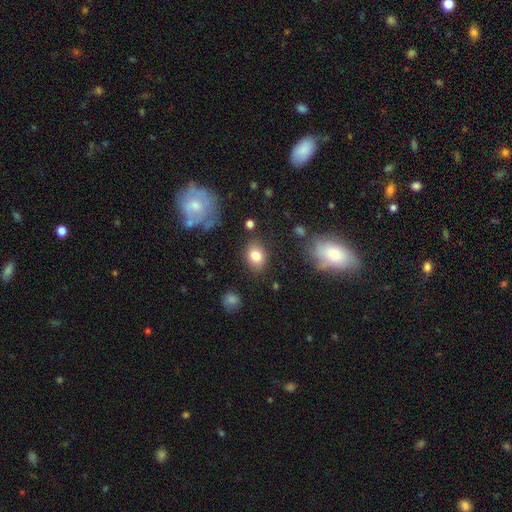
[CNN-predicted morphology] Overall: smooth (81%). How rounded: in between (66%; round 33%). Merging: none (81%).